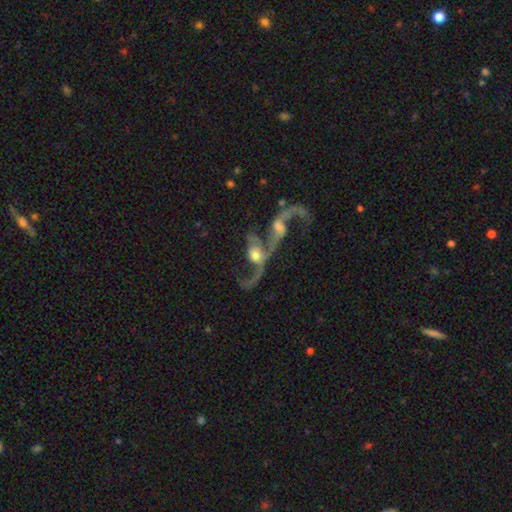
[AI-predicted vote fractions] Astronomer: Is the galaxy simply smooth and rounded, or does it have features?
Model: featured or disk — 70%.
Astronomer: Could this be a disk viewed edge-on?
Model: no — 92%.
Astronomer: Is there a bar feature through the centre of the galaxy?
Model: no — 64%.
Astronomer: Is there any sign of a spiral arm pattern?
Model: yes — 71%.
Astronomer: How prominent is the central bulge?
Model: moderate — 47%.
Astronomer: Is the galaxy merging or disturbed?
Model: merger — 70%.